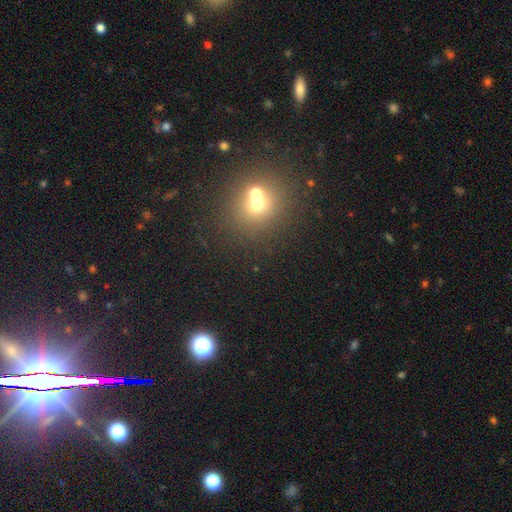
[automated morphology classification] Q: Smooth or featured?
A: smooth (45%); runner-up: star or artifact (42%)
Q: Merging?
A: none (63%); runner-up: merger (24%)